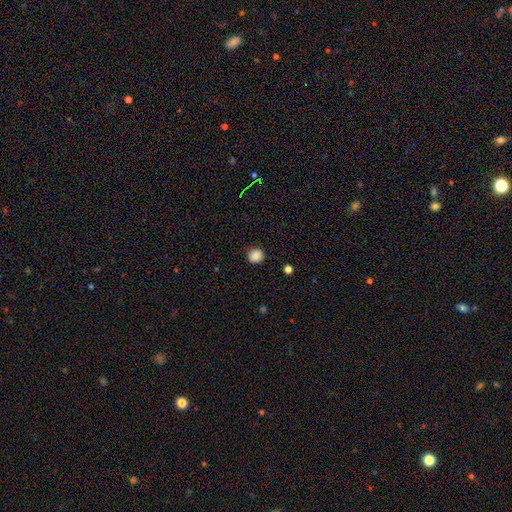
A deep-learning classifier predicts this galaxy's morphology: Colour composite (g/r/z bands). It shows a smooth galaxy with no disk features (87%) that is round (90%). Merging: none (90%).